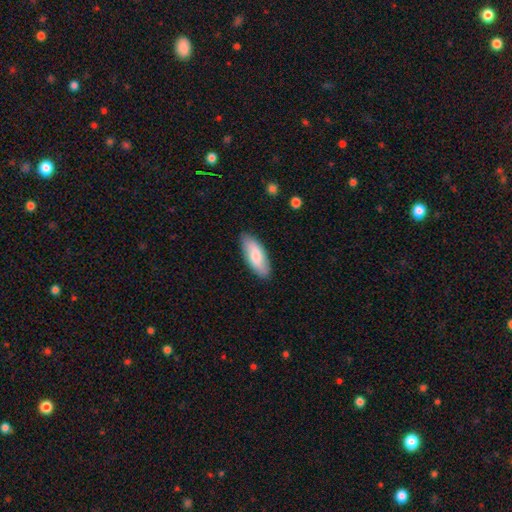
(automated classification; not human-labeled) smooth 74%, featured or disk 21%, star or artifact 5%. Down the decision tree: how rounded — in between (79%); merging — none (87%).